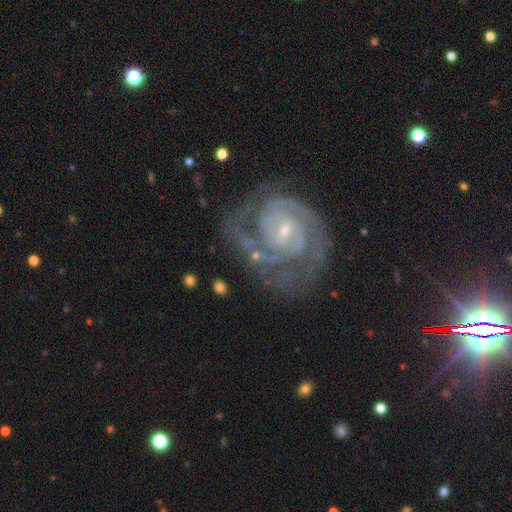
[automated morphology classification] Q: Smooth or featured?
A: featured or disk (91%); runner-up: star or artifact (5%)
Q: Edge-on disk?
A: no (98%); runner-up: yes (2%)
Q: Bar?
A: weak (50%); runner-up: no (34%)
Q: Spiral arms?
A: yes (98%); runner-up: no (2%)
Q: Spiral winding?
A: tight (69%); runner-up: medium (27%)
Q: Spiral arm count?
A: 2 (56%); runner-up: 3 (19%)
Q: Bulge size?
A: small (69%); runner-up: moderate (26%)
Q: Merging?
A: none (69%); runner-up: minor disturbance (18%)